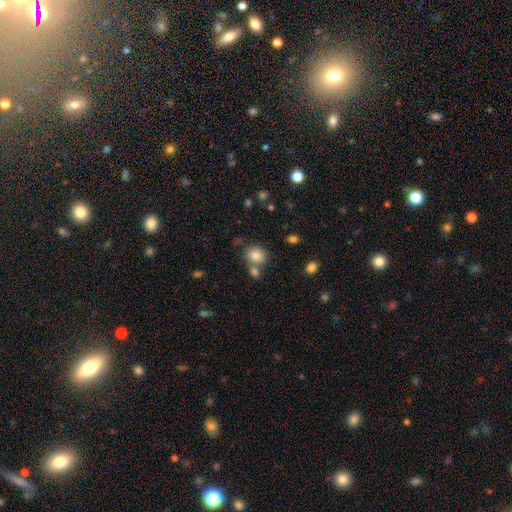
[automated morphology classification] Overall: smooth (83%). How rounded: round (68%; in between 31%). Merging: none (61%; merger 25%).